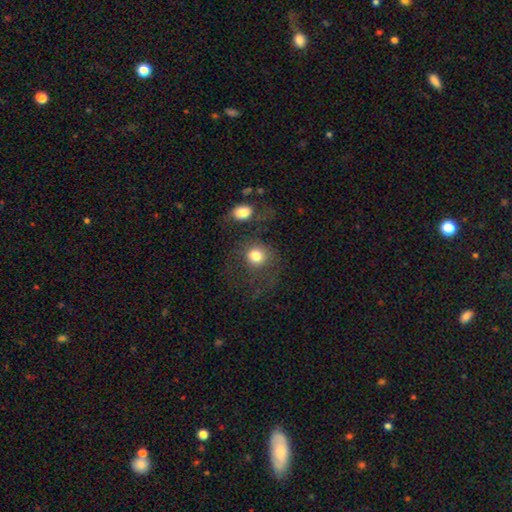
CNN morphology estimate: Smooth or featured?
  - smooth: 78% *
  - featured or disk: 11%
  - star or artifact: 10%
How rounded?
  - round: 83% *
  - in between: 16%
  - cigar-shaped: 1%
Merging?
  - none: 53% *
  - major disturbance: 18%
  - minor disturbance: 15%
  - merger: 14%